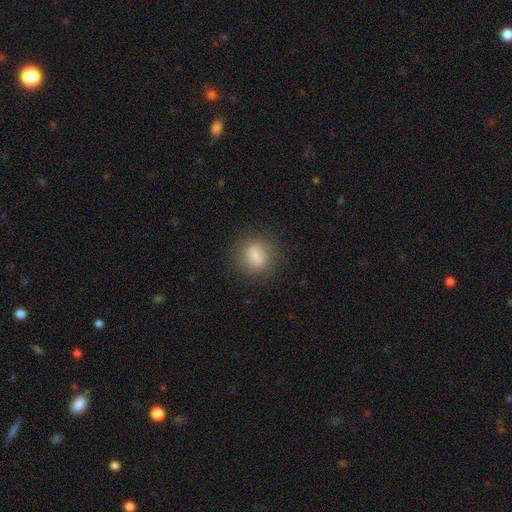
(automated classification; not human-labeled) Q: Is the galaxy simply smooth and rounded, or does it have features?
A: smooth — 78%.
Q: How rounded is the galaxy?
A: round — 72%.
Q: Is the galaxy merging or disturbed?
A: none — 83%.